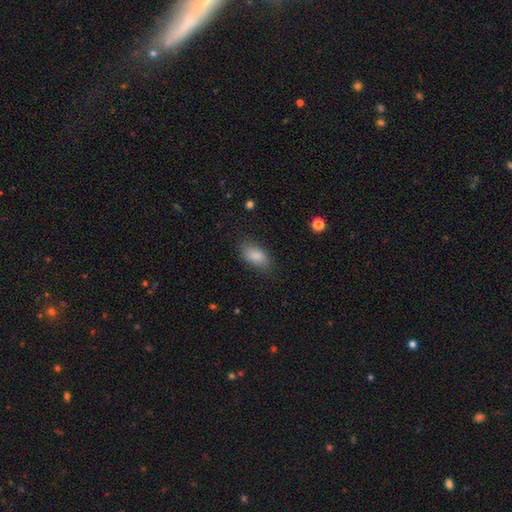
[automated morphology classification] Overall: smooth (87%). How rounded: in between (90%). Merging: none (78%).